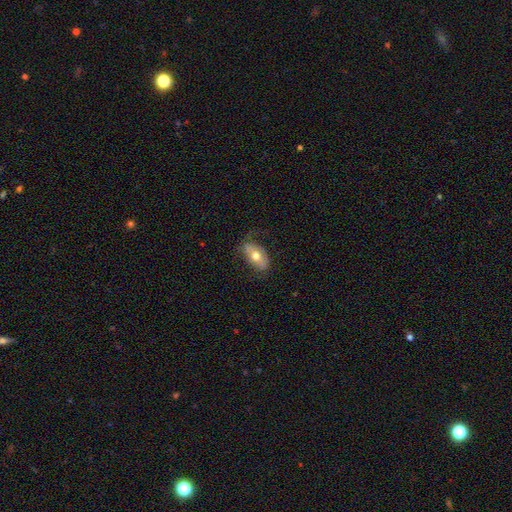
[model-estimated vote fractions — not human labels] Smooth or featured: smooth — 56% (featured or disk — 37%)
How rounded: in between — 91% (round — 5%)
Merging: none — 61% (minor disturbance — 25%)